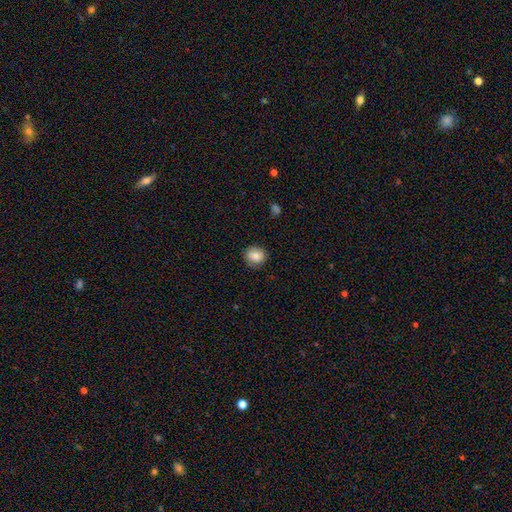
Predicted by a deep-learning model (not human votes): Morphology: type=smooth (81%); roundness=round (78%); merging=none (85%).